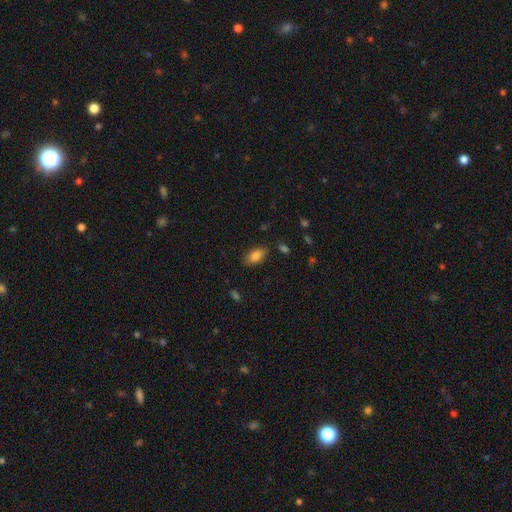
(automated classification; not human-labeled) Smooth or featured? Predicted: smooth (p=0.85). How rounded? Predicted: in between (p=0.91). Merging? Predicted: none (p=0.82).